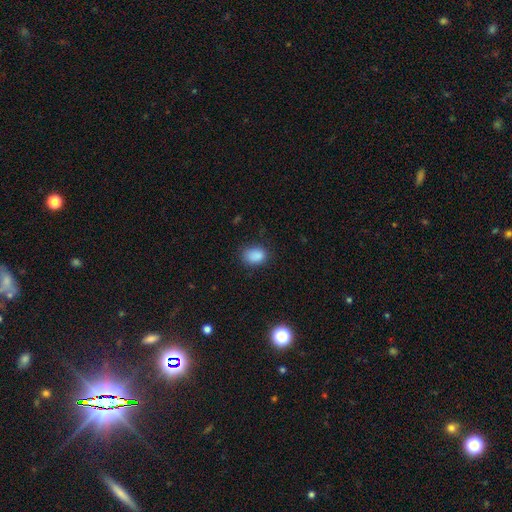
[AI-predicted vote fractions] This appears to be a smooth galaxy with no disk features (87%) that is in between round and cigar-shaped (75%). Merging: none (78%).